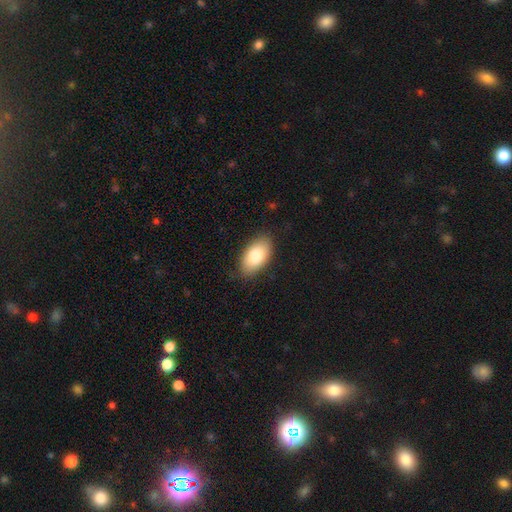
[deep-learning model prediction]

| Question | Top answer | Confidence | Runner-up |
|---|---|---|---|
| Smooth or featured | smooth | 82% | featured or disk (11%) |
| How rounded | in between | 95% | round (3%) |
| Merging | none | 83% | minor disturbance (13%) |